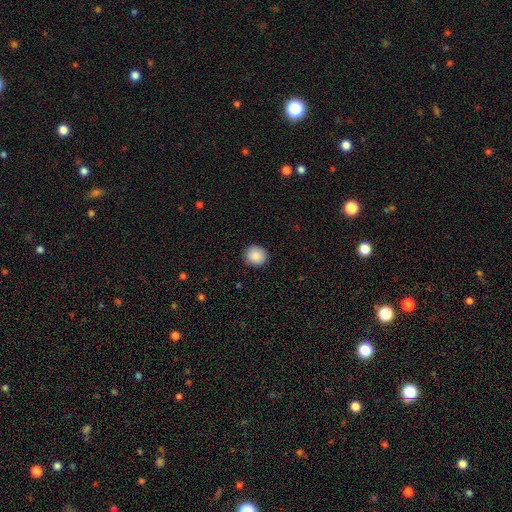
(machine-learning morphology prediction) This appears to be a smooth galaxy with no disk features (88%) that is round (87%). Merging: none (90%).